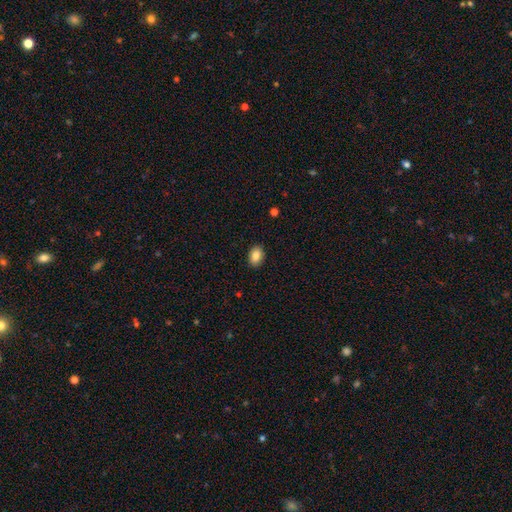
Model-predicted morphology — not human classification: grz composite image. It shows a smooth galaxy with no disk features (87%) that is in between round and cigar-shaped (82%). Merging: none (90%).